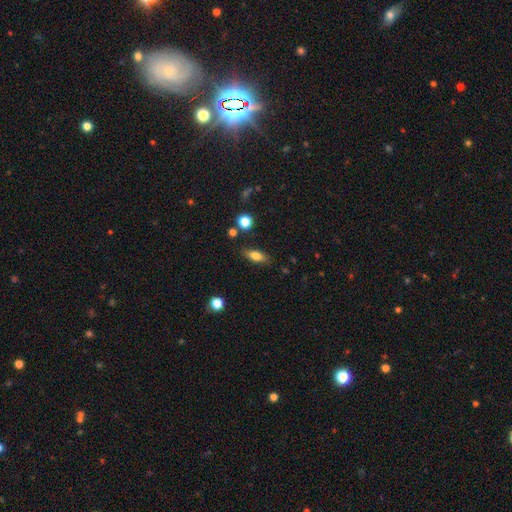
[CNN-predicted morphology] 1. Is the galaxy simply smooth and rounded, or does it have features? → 75% smooth, 17% featured or disk, 9% star or artifact.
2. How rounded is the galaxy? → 73% in between, 21% cigar-shaped, 5% round.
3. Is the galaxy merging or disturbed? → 82% none, 12% minor disturbance, 3% major disturbance, 3% merger.